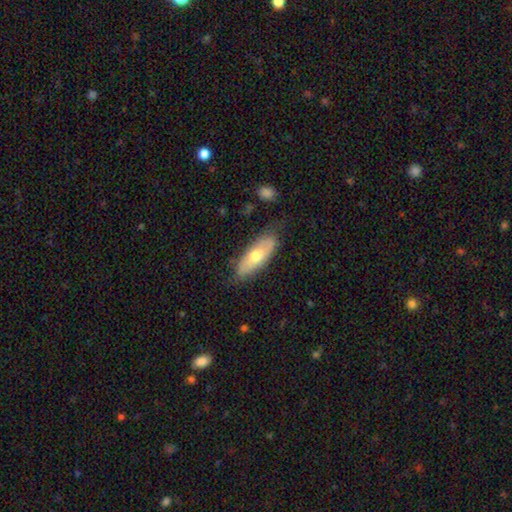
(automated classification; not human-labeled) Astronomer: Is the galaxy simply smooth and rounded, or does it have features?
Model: smooth — 56% (runner-up: featured or disk, 38%).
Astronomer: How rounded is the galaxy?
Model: in between — 70%.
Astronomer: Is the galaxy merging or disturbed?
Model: none — 73%.